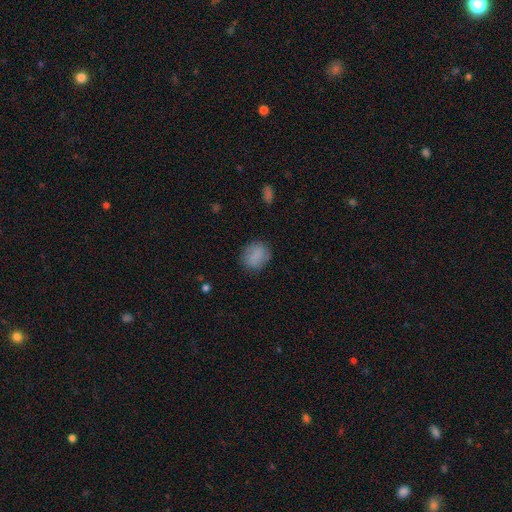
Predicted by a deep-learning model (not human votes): Smooth or featured? Predicted: smooth (p=0.84). How rounded? Predicted: round (p=0.64). Merging? Predicted: none (p=0.81).